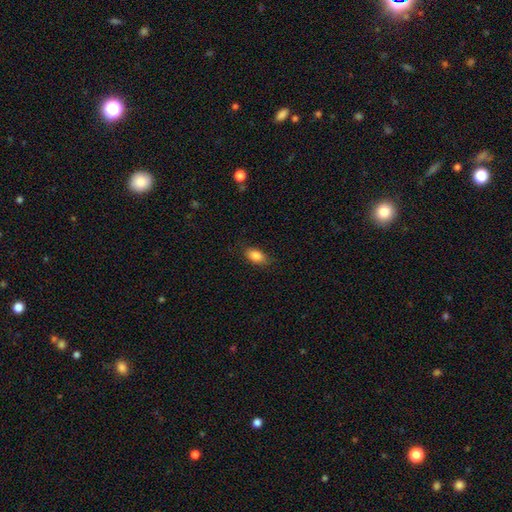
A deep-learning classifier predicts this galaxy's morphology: This is clearly a smooth galaxy (84%). How rounded: clearly in between (88%). Merging: clearly none (83%).